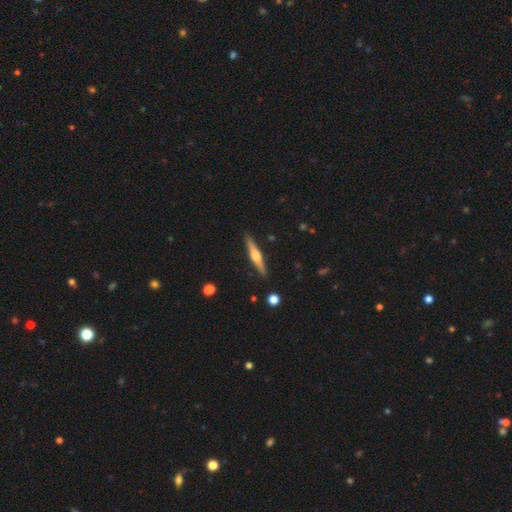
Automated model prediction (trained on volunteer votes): This is likely a featured or disk galaxy (69%). It is clearly viewed edge-on (98%). Edge-on bulge: clearly rounded (90%). Merging: clearly none (90%).